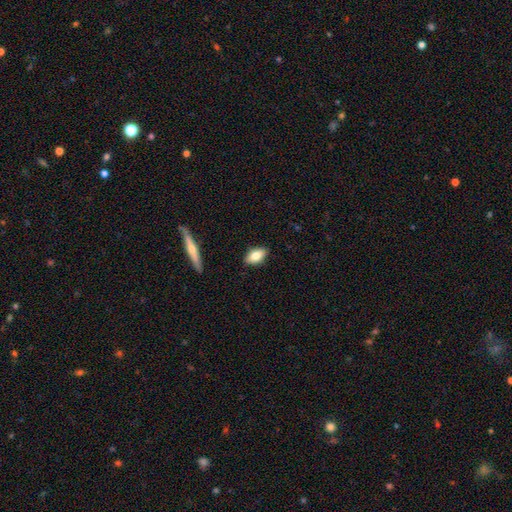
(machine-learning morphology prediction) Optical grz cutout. It shows a smooth galaxy with no disk features (75%) that is in between round and cigar-shaped (86%). Merging: none (87%).